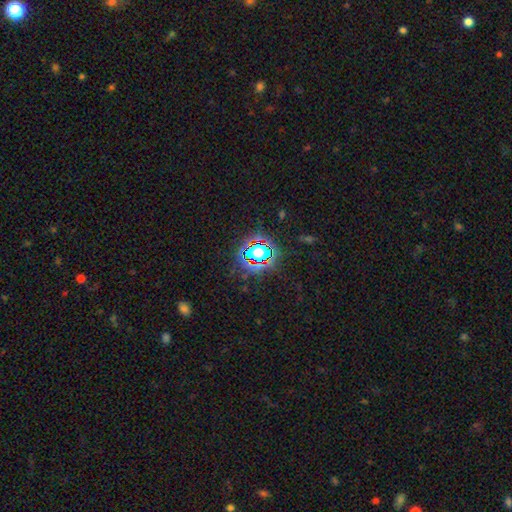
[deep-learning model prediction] A star or artifact, not a galaxy (68%).

Vote fractions:
- Smooth or featured? star or artifact: 68% / smooth: 20% / featured or disk: 11%